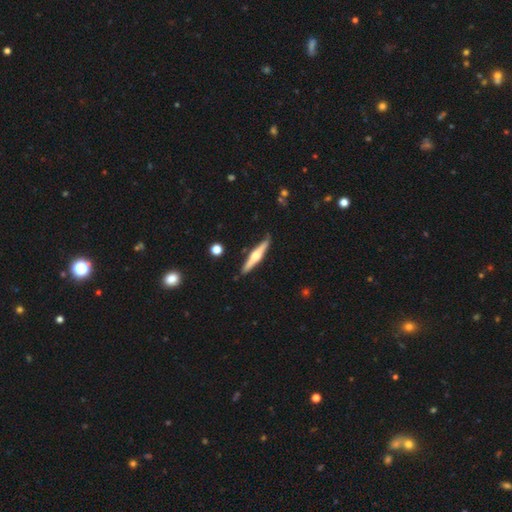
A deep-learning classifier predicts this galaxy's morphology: featured or disk 66%, smooth 29%, star or artifact 5%. Down the decision tree: edge-on disk — yes (97%); edge-on bulge — rounded (89%); merging — none (88%).